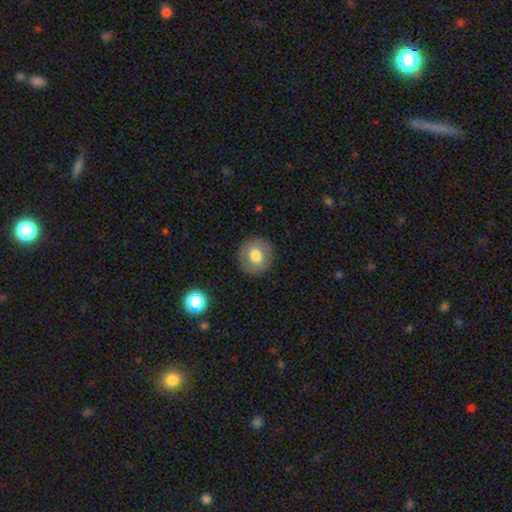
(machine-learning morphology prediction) A smooth galaxy with no disk features (68%) that is round (89%). Merging: none (87%).